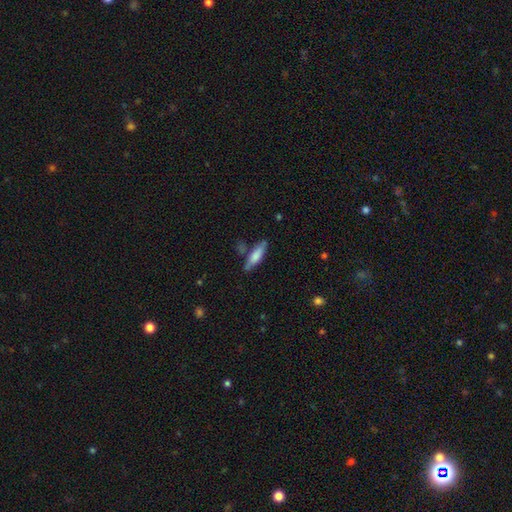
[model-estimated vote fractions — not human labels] smooth 71%, featured or disk 23%, star or artifact 6%. Down the decision tree: how rounded — cigar-shaped (63%); merging — none (71%).